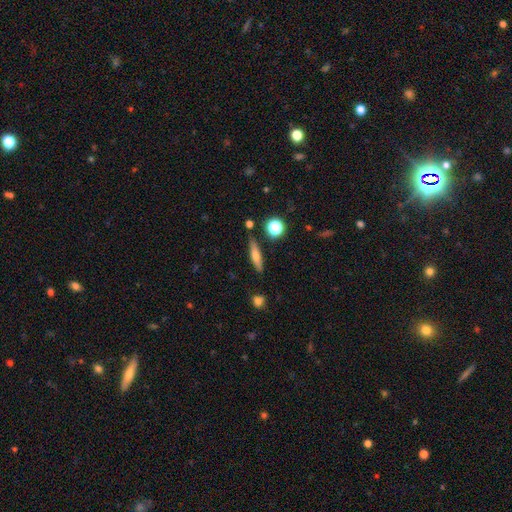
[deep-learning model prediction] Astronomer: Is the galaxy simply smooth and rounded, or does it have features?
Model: smooth — 60%.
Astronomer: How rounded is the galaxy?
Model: cigar-shaped — 76%.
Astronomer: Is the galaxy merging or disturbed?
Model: none — 82%.